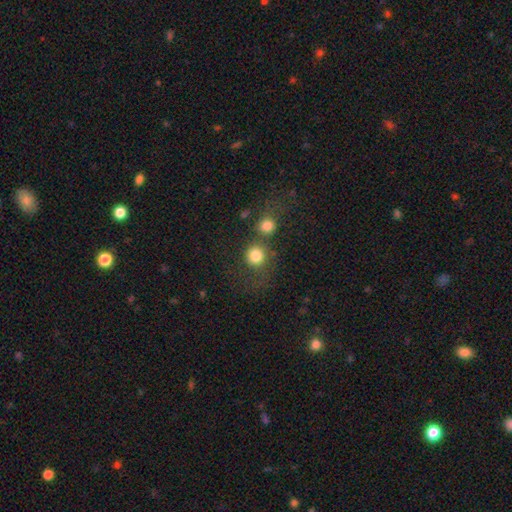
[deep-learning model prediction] Smooth or featured: smooth — 81% (star or artifact — 11%)
How rounded: round — 89% (in between — 10%)
Merging: none — 52% (merger — 32%)